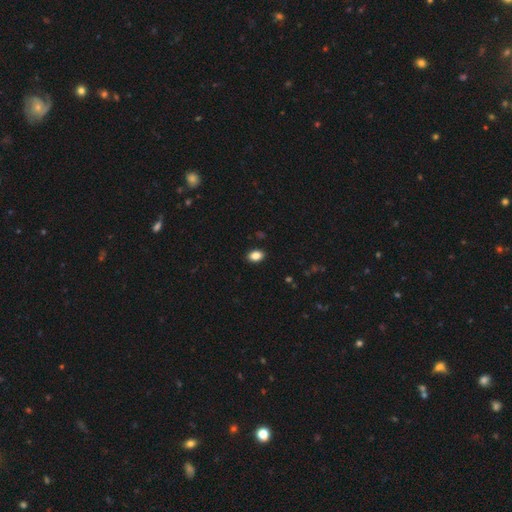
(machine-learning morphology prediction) A smooth galaxy with no disk features (86%) that is in between round and cigar-shaped (80%). Merging: none (90%).